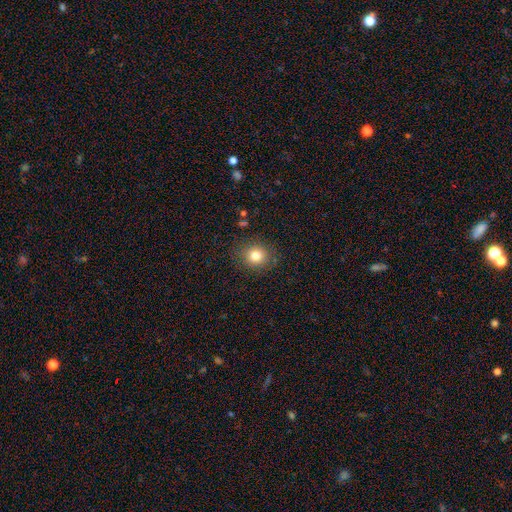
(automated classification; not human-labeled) smooth 81%, star or artifact 12%, featured or disk 8%. Down the decision tree: how rounded — round (79%); merging — none (86%).